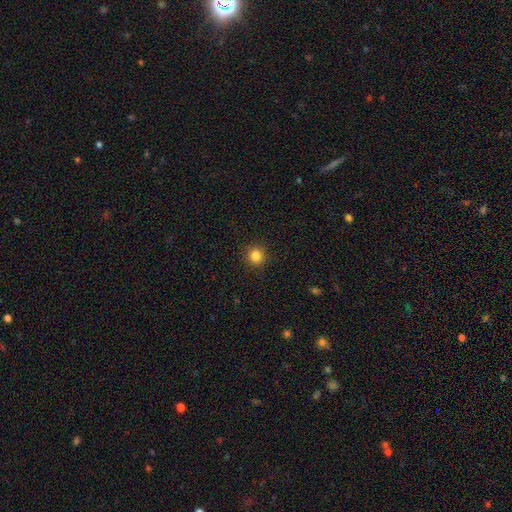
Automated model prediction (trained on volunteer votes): Smooth or featured? smooth (84%)
How rounded? round (93%)
Merging? none (92%)